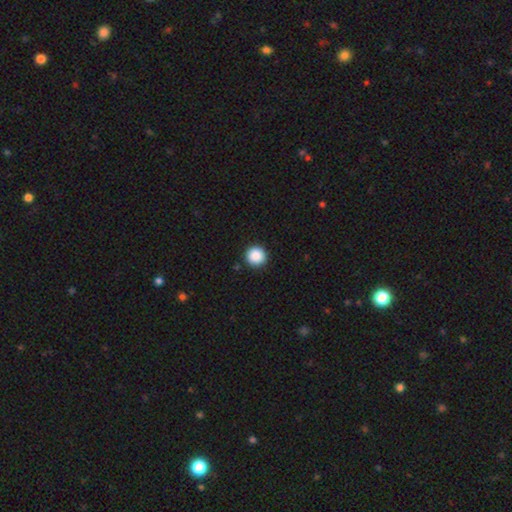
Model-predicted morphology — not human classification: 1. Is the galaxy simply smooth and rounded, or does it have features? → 89% smooth, 9% star or artifact, 3% featured or disk.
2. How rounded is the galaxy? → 96% round, 3% in between, 1% cigar-shaped.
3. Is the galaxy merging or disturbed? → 93% none, 5% minor disturbance, 2% major disturbance, 1% merger.